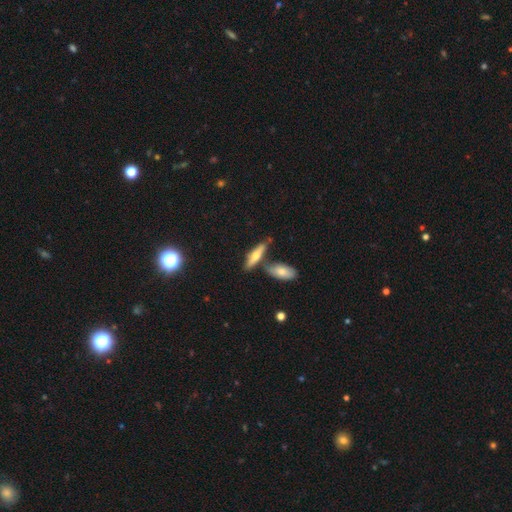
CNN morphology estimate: Smooth or featured? Predicted: smooth (p=0.54). How rounded? Predicted: cigar-shaped (p=0.60). Merging? Predicted: none (p=0.61).